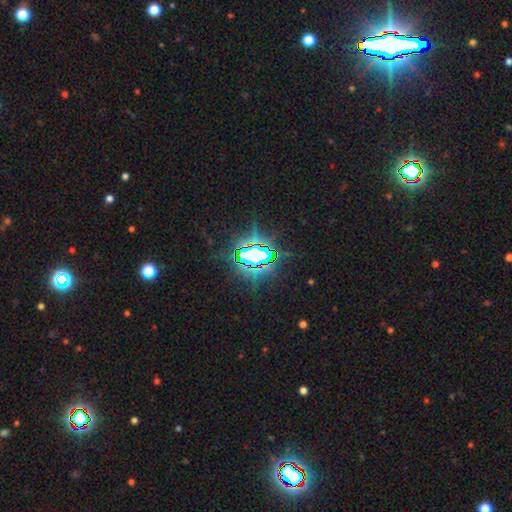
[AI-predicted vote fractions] This appears to be a star or artifact, not a galaxy (79%).